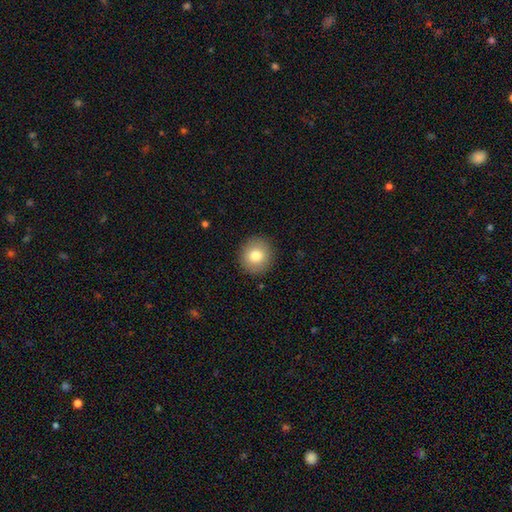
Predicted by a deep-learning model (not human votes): smooth 80%, featured or disk 11%, star or artifact 9%. Down the decision tree: how rounded — round (90%); merging — none (91%).